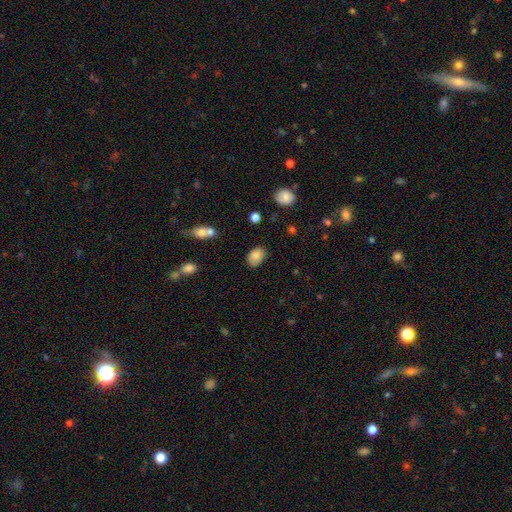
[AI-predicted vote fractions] This is clearly a smooth galaxy (83%). How rounded: clearly in between (80%). Merging: likely none (73%).